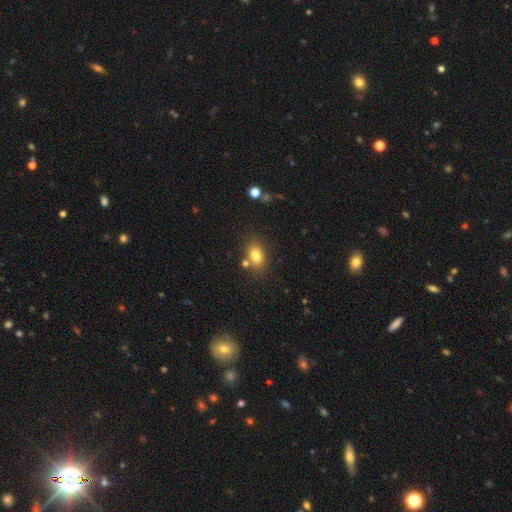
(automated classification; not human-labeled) Morphology: type=smooth (79%); roundness=in between (77%); merging=none (72%).